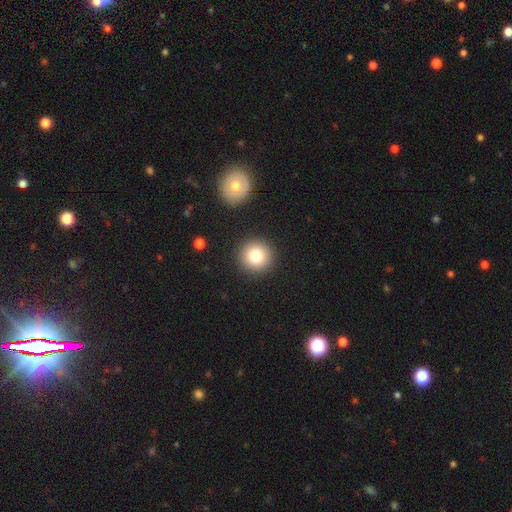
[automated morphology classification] Smooth or featured: smooth — 81% (star or artifact — 10%)
How rounded: round — 94% (in between — 5%)
Merging: none — 90% (minor disturbance — 6%)